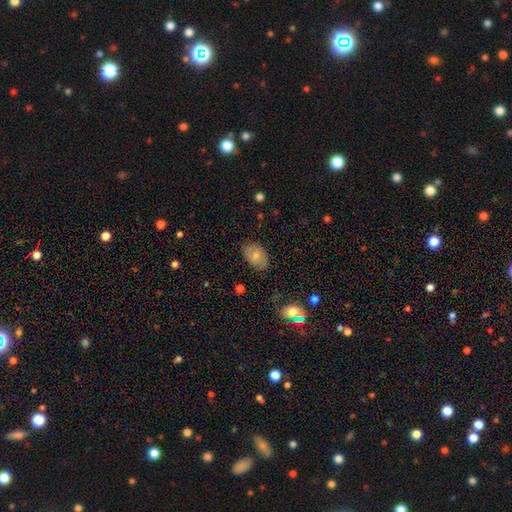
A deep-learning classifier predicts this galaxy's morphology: smooth 78%, featured or disk 14%, star or artifact 8%. Down the decision tree: how rounded — in between (85%); merging — none (79%).